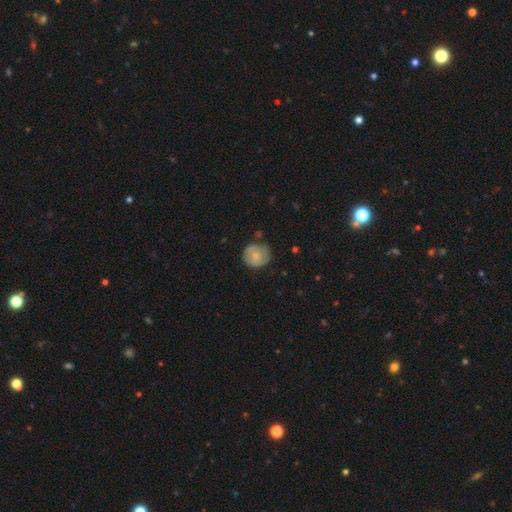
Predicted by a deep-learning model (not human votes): Overall: smooth (59%; featured or disk 34%). How rounded: round (84%). Merging: none (71%).